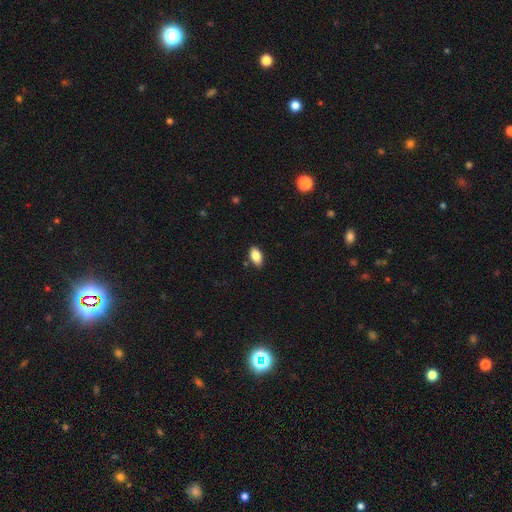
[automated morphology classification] smooth 83%, featured or disk 9%, star or artifact 7%. Down the decision tree: how rounded — in between (92%); merging — none (86%).